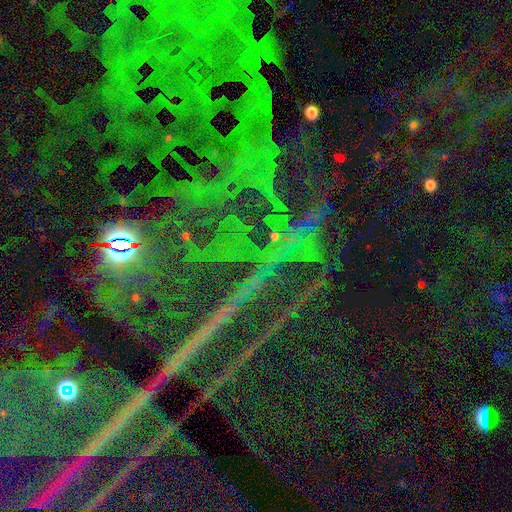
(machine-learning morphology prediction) A star or artifact, not a galaxy (86%).

Vote fractions:
- Smooth or featured? star or artifact: 86% / featured or disk: 8% / smooth: 5%